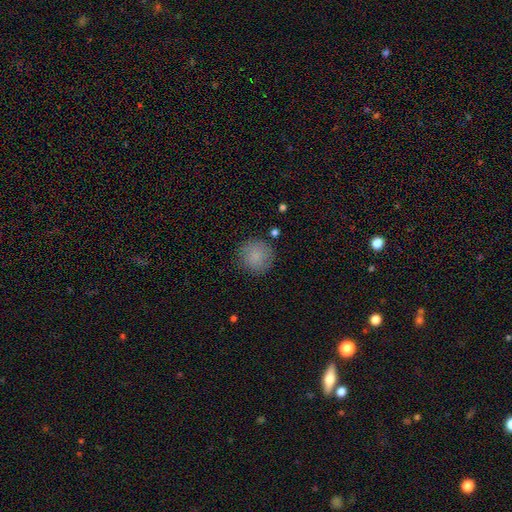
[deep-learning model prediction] smooth 85%, star or artifact 8%, featured or disk 7%. Down the decision tree: how rounded — round (95%); merging — none (85%).